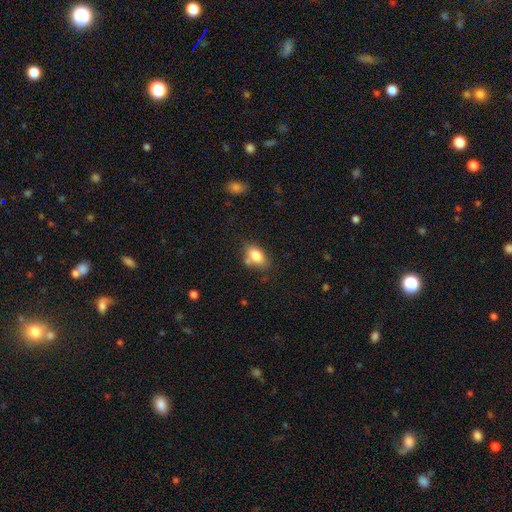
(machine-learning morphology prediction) Smooth or featured?
  - smooth: 81% *
  - featured or disk: 10%
  - star or artifact: 8%
How rounded?
  - in between: 87% *
  - round: 10%
  - cigar-shaped: 3%
Merging?
  - none: 62% *
  - minor disturbance: 19%
  - merger: 14%
  - major disturbance: 5%